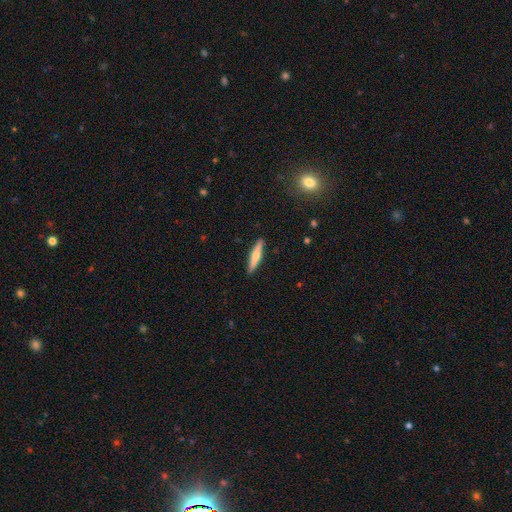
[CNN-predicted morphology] Smooth or featured?
  - smooth: 49% *
  - featured or disk: 45%
  - star or artifact: 6%
Merging?
  - none: 90% *
  - minor disturbance: 7%
  - major disturbance: 1%
  - merger: 1%